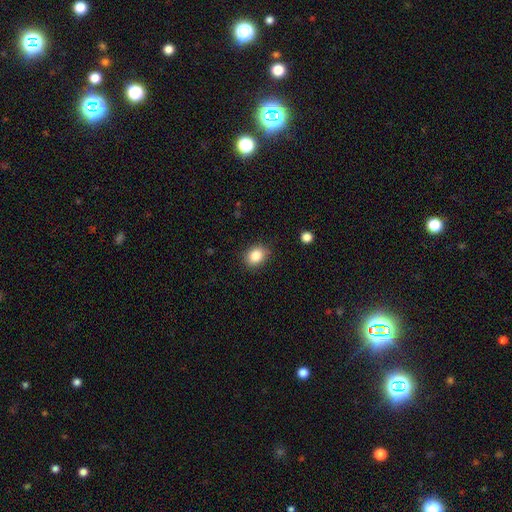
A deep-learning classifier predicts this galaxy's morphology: This is clearly a smooth galaxy (85%). How rounded: possibly in between (58%). Merging: clearly none (85%).